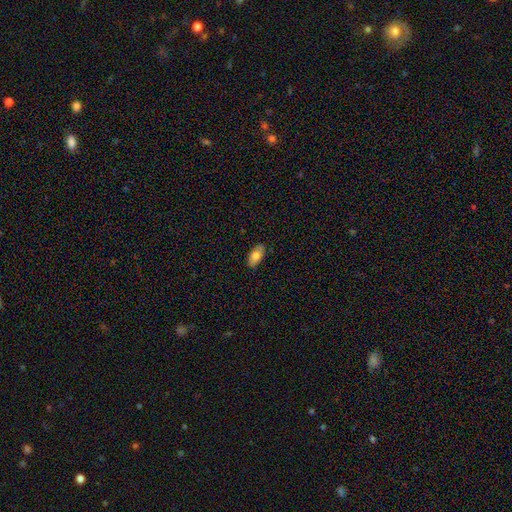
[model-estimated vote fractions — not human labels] Smooth or featured? Predicted: smooth (p=0.78). How rounded? Predicted: in between (p=0.90). Merging? Predicted: none (p=0.87).